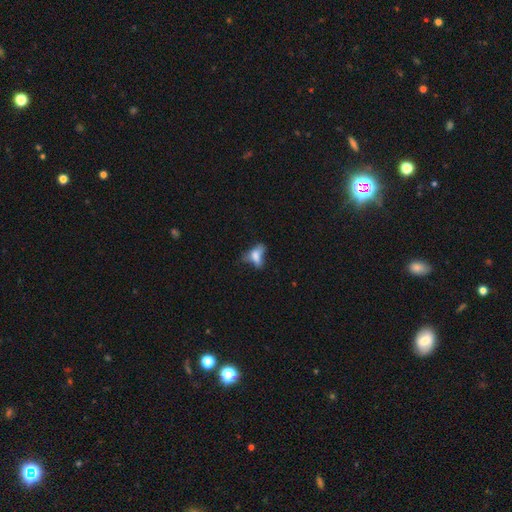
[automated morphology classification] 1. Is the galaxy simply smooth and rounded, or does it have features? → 61% smooth, 26% featured or disk, 13% star or artifact.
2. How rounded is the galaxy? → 81% in between, 10% cigar-shaped, 9% round.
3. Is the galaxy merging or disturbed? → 38% major disturbance, 27% none, 24% minor disturbance, 11% merger.